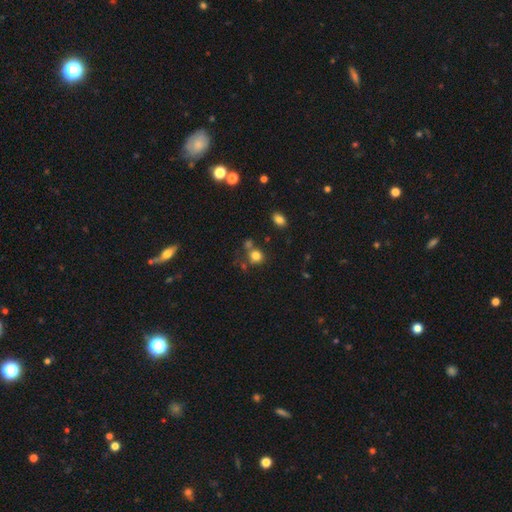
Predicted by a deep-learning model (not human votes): The model was most divided on "merging": none: 64%, merger: 19%, minor disturbance: 12%, major disturbance: 5%. More confident: how rounded — round (84%); smooth or featured — smooth (79%).